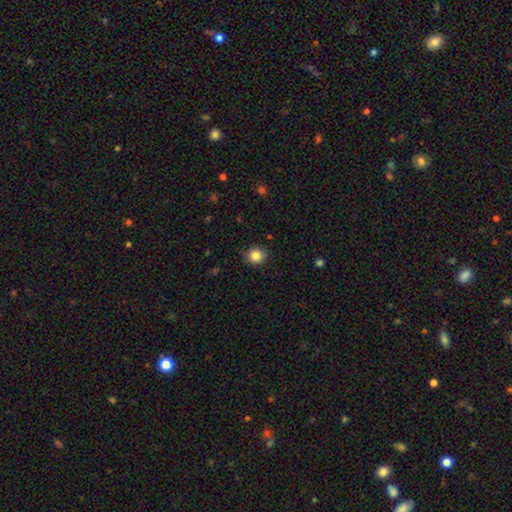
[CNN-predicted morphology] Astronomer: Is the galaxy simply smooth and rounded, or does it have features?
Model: smooth — 85%.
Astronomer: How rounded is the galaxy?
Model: round — 82%.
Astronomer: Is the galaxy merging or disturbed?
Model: none — 87%.